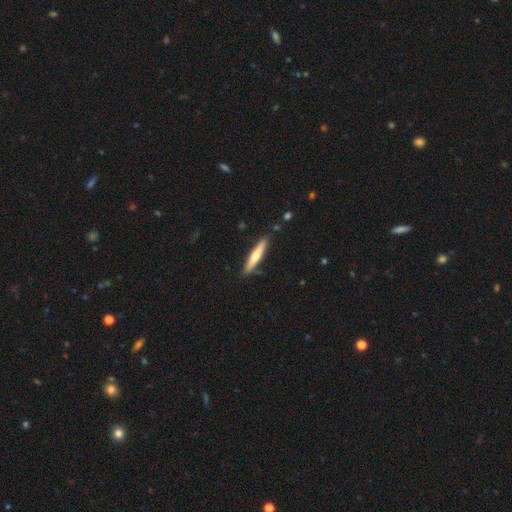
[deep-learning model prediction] A smooth galaxy with no disk features (52%) that is cigar-shaped (92%). Merging: none (87%).